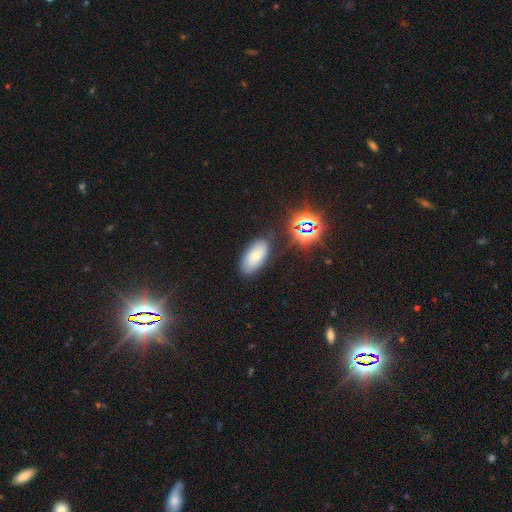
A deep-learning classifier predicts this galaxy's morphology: A smooth galaxy with no disk features (64%) that is in between round and cigar-shaped (92%). Merging: none (77%).